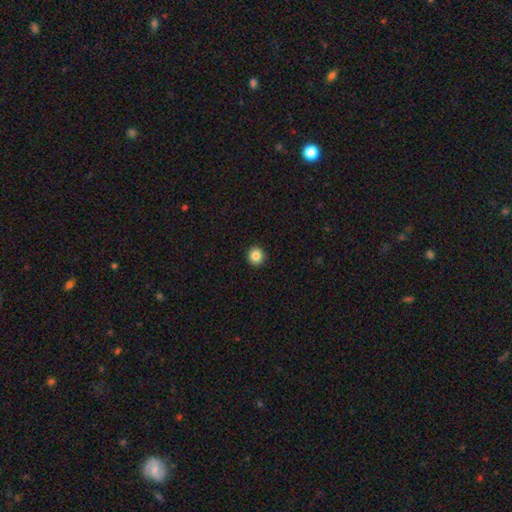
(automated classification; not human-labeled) Smooth or featured? Predicted: smooth (p=0.86). How rounded? Predicted: round (p=0.93). Merging? Predicted: none (p=0.93).